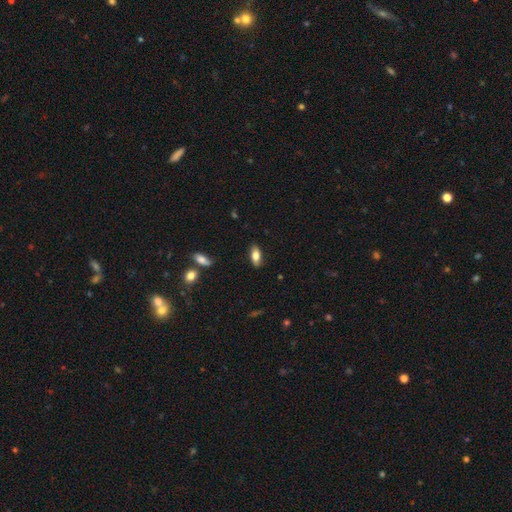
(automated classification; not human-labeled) Q: Smooth or featured?
A: smooth (78%); runner-up: featured or disk (15%)
Q: How rounded?
A: in between (85%); runner-up: cigar-shaped (12%)
Q: Merging?
A: none (85%); runner-up: minor disturbance (11%)